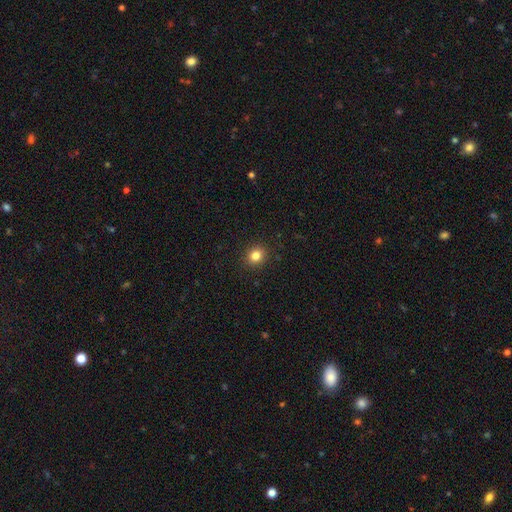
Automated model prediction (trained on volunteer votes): This is clearly a smooth galaxy (83%). How rounded: likely round (78%). Merging: clearly none (91%).